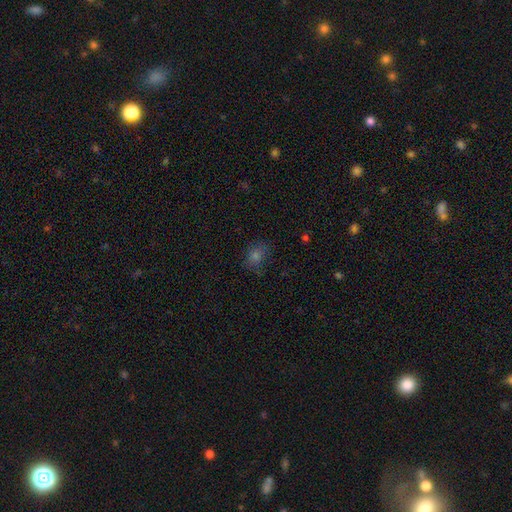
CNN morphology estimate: Smooth or featured?
  - smooth: 64% *
  - star or artifact: 25%
  - featured or disk: 11%
How rounded?
  - round: 53% *
  - in between: 46%
  - cigar-shaped: 2%
Merging?
  - none: 74% *
  - minor disturbance: 18%
  - major disturbance: 6%
  - merger: 2%